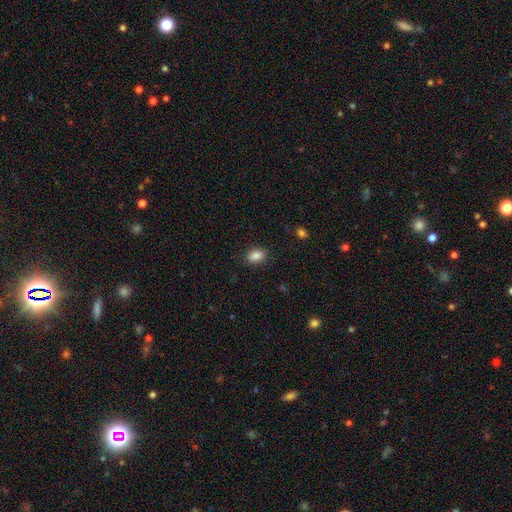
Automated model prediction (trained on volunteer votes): smooth-or-featured: smooth: 87% | star or artifact: 9% | featured or disk: 4%
  how-rounded: in between: 81% | round: 18% | cigar-shaped: 1%
  merging: none: 86% | minor disturbance: 10% | major disturbance: 3% | merger: 1%